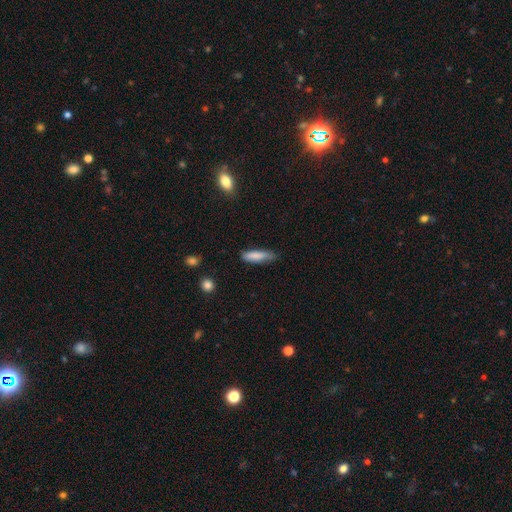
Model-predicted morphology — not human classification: type=smooth (82%); roundness=cigar-shaped (70%); merging=none (69%).